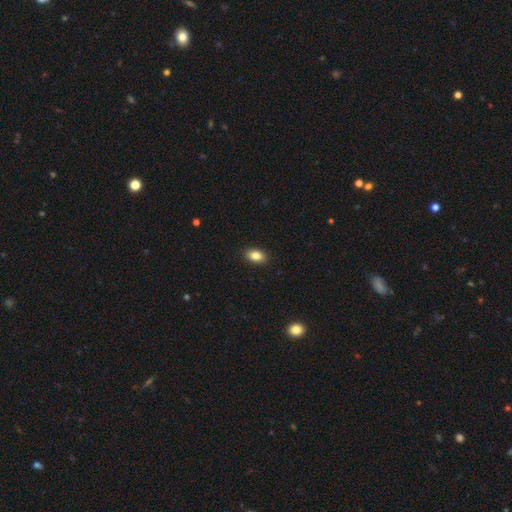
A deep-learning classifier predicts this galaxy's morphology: smooth_or_featured: smooth (p=0.85) [alt: star or artifact p=0.08]
how_rounded: in between (p=0.88) [alt: round p=0.10]
merging: none (p=0.90) [alt: minor disturbance p=0.07]